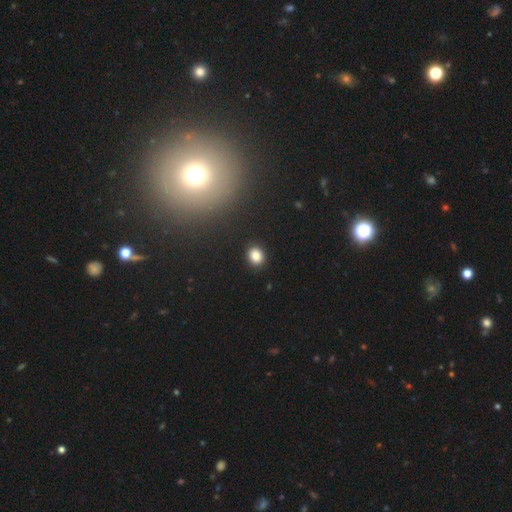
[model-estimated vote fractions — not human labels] This appears to be a smooth galaxy with no disk features (86%) that is round (52%). Merging: none (90%).